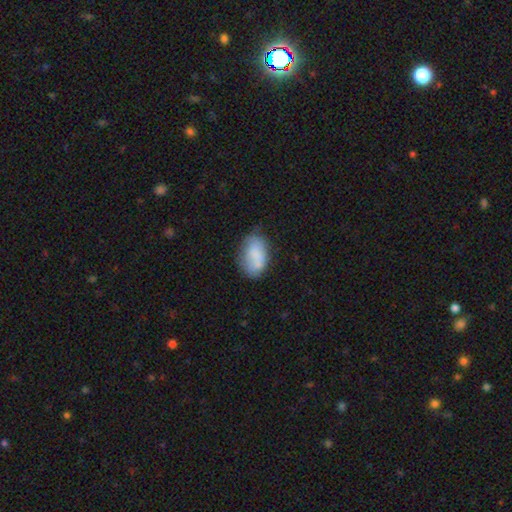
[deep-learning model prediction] The model was most divided on "merging": none: 56%, minor disturbance: 28%, major disturbance: 9%, merger: 7%. More confident: how rounded — in between (89%); smooth or featured — smooth (76%).